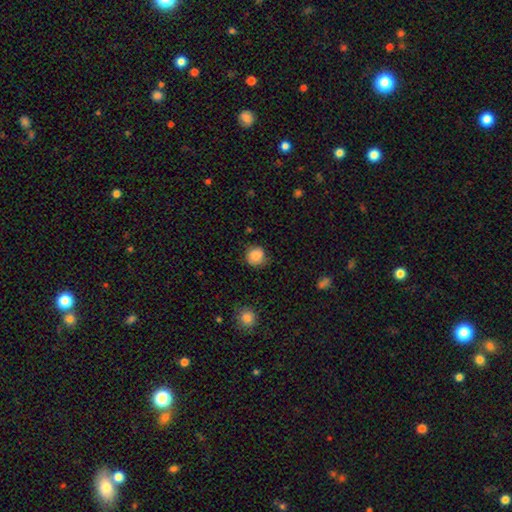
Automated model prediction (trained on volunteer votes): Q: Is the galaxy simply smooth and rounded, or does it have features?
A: smooth — 85%.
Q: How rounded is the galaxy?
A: round — 90%.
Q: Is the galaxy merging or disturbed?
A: none — 78%.